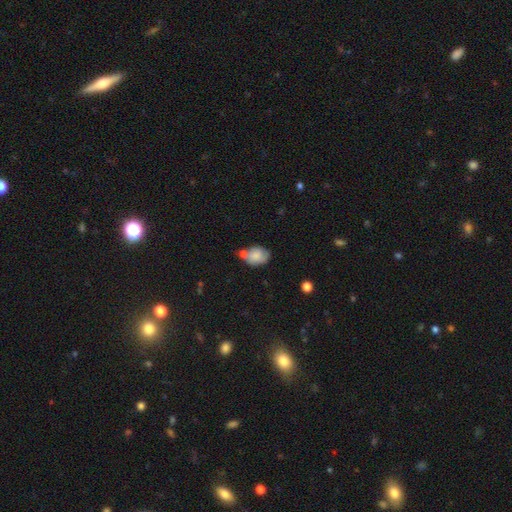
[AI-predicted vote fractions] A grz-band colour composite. It shows a smooth galaxy with no disk features (78%) that is in between round and cigar-shaped (68%). Merging: none (48%).